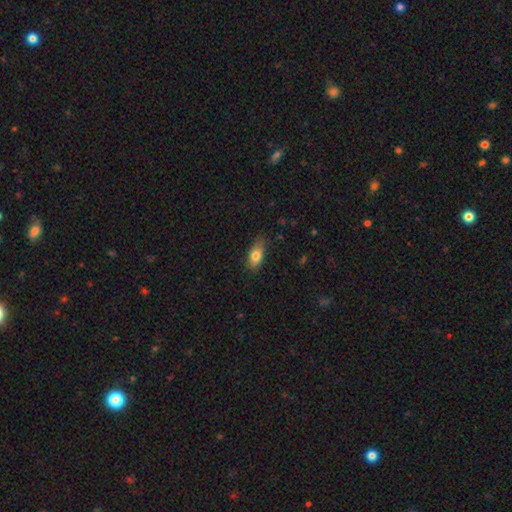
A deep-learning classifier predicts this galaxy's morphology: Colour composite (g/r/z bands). It shows a smooth galaxy with no disk features (81%) that is in between round and cigar-shaped (86%). Merging: none (74%).